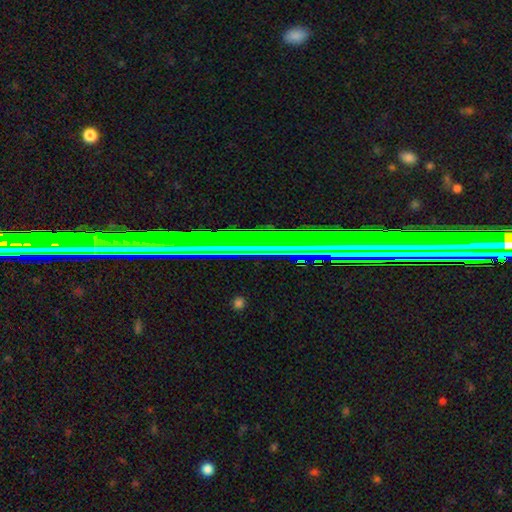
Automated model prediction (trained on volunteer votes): Smooth or featured? star or artifact (75%)